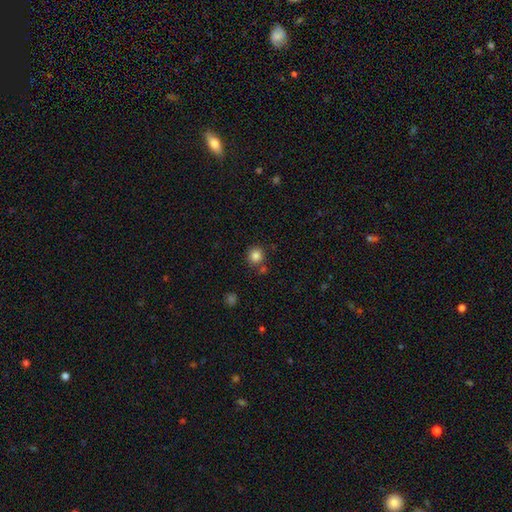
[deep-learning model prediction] A smooth galaxy with no disk features (85%) that is round (90%). Merging: none (78%).